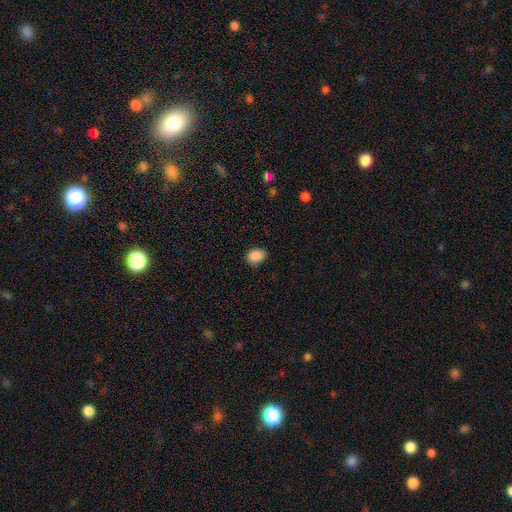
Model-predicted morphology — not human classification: smooth_or_featured: smooth (p=0.88) [alt: star or artifact p=0.08]
how_rounded: in between (p=0.66) [alt: round p=0.33]
merging: none (p=0.83) [alt: minor disturbance p=0.13]